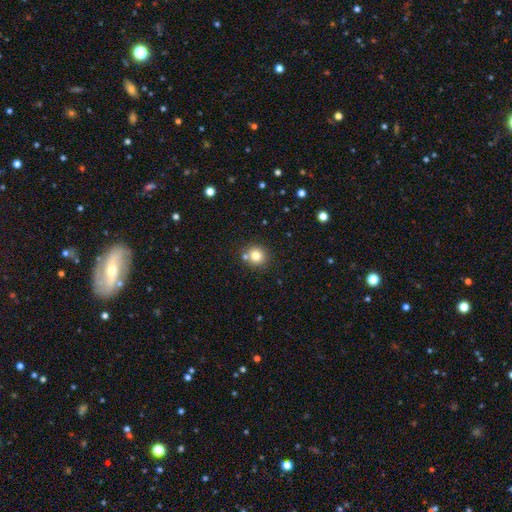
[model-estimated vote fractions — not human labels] Morphology: type=smooth (79%); roundness=round (90%); merging=none (77%).